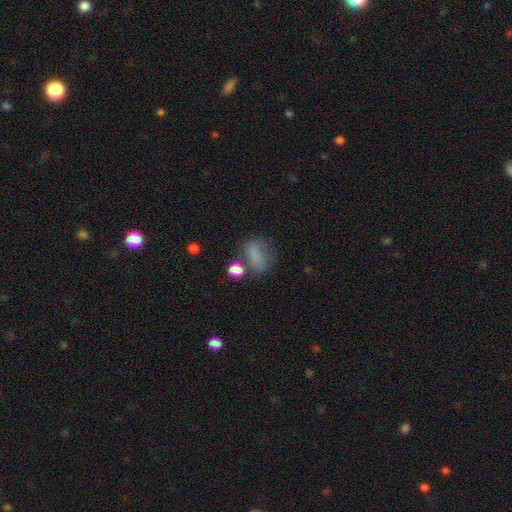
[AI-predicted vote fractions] Smooth or featured?
  - smooth: 72% *
  - star or artifact: 15%
  - featured or disk: 13%
How rounded?
  - in between: 71% *
  - round: 24%
  - cigar-shaped: 5%
Merging?
  - none: 48% *
  - minor disturbance: 22%
  - major disturbance: 16%
  - merger: 14%